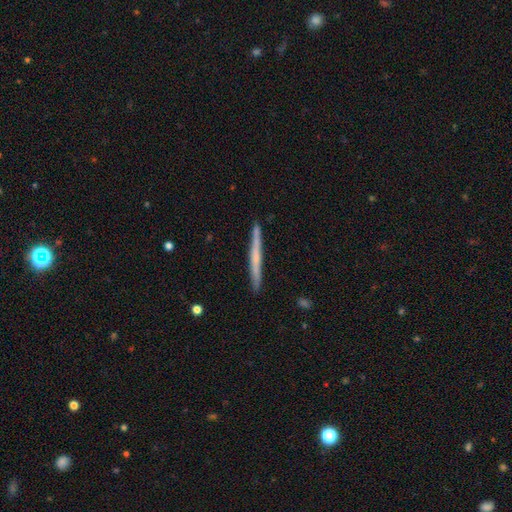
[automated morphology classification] Smooth or featured? Predicted: featured or disk (p=0.47, tied with smooth). Merging? Predicted: none (p=0.89).